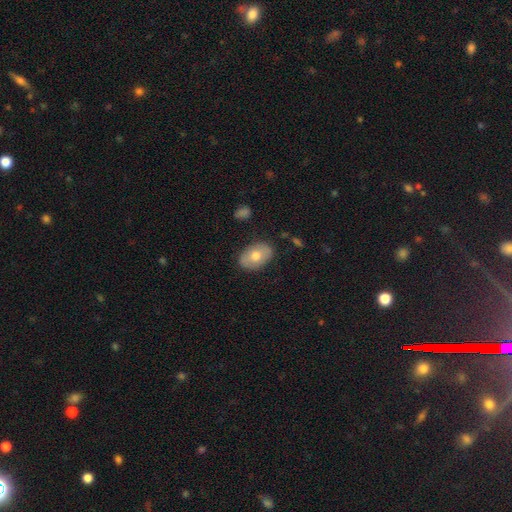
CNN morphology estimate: The model was most divided on "smooth or featured": smooth: 66%, featured or disk: 28%, star or artifact: 7%. More confident: how rounded — in between (84%); merging — none (84%).